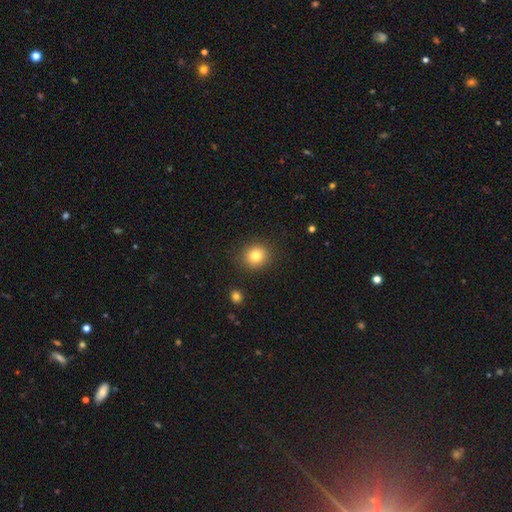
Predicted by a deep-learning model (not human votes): Smooth or featured? Predicted: smooth (p=0.81). How rounded? Predicted: round (p=0.85). Merging? Predicted: none (p=0.89).